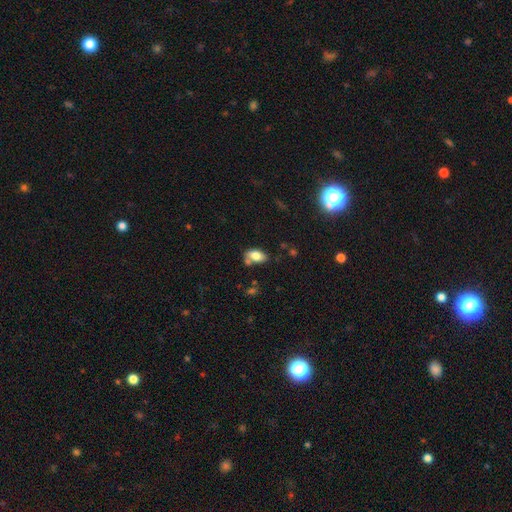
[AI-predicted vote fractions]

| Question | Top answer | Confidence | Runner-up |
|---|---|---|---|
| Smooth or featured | smooth | 79% | featured or disk (12%) |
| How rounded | in between | 90% | round (7%) |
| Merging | none | 58% | minor disturbance (19%) |